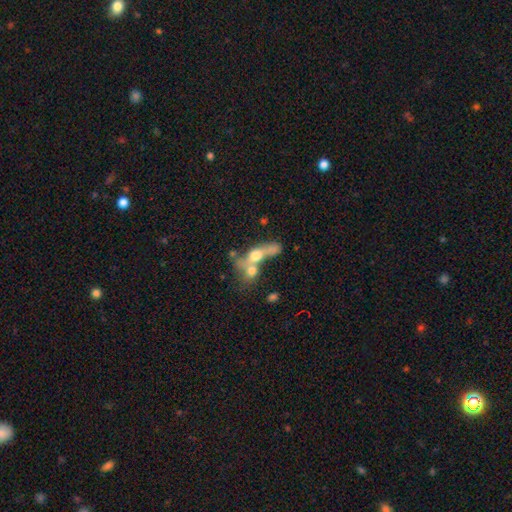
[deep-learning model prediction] Morphology: type=smooth (47%); merging=merger (64%).